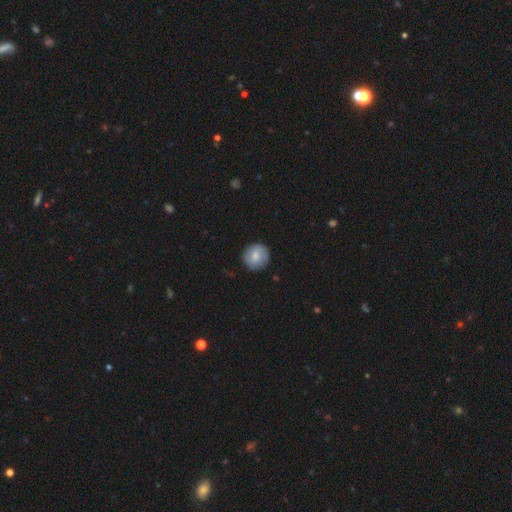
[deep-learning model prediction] A smooth galaxy with no disk features (68%) that is round (91%). Merging: none (87%).